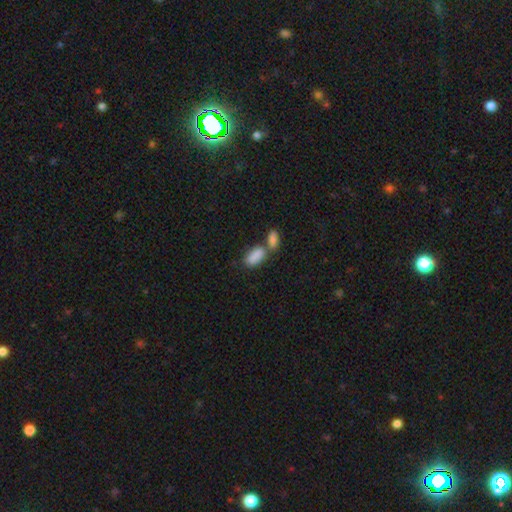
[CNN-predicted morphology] Smooth or featured? Predicted: smooth (p=0.86). How rounded? Predicted: in between (p=0.89). Merging? Predicted: merger (p=0.58).